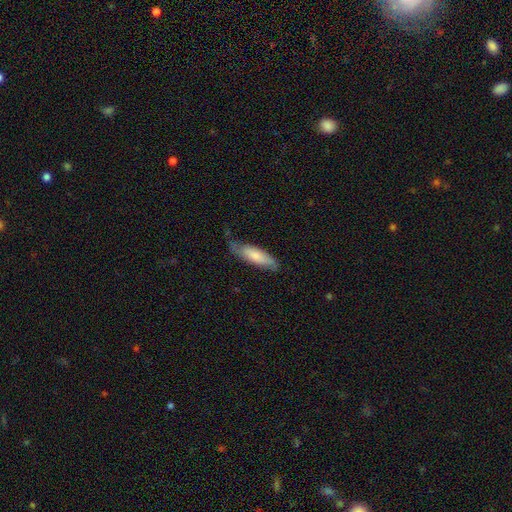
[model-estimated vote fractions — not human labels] A smooth galaxy with no disk features (73%) that is cigar-shaped (54%).

Vote fractions:
- Smooth or featured? smooth: 73% / featured or disk: 22% / star or artifact: 5%
- How rounded? cigar-shaped: 54% / in between: 45% / round: 1%
- Merging? none: 60% / minor disturbance: 31% / major disturbance: 7% / merger: 2%